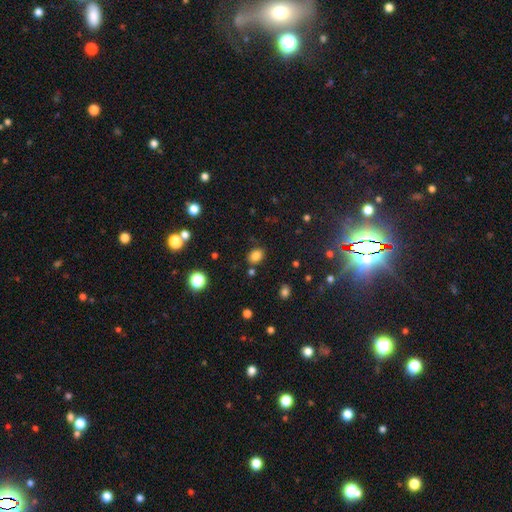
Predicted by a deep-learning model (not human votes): This appears to be a smooth galaxy with no disk features (81%) that is in between round and cigar-shaped (61%). Merging: none (80%).